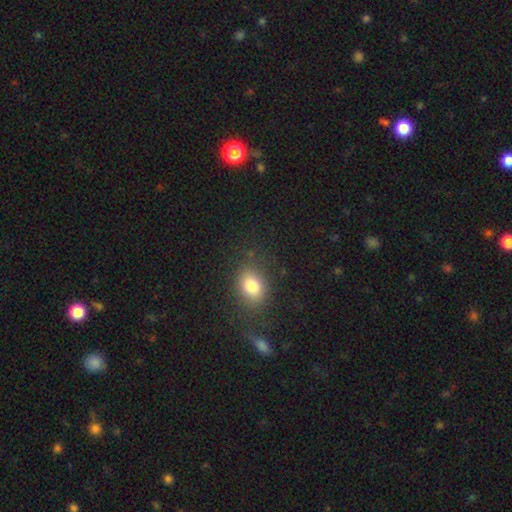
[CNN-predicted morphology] Smooth or featured: smooth — 74% (star or artifact — 17%)
How rounded: in between — 56% (round — 42%)
Merging: none — 79% (minor disturbance — 13%)